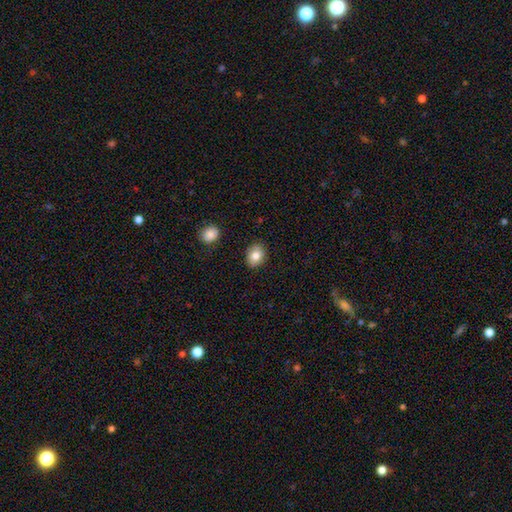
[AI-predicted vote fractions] The model was most divided on "how rounded": in between: 55%, round: 44%, cigar-shaped: 1%. More confident: merging — none (85%); smooth or featured — smooth (80%).